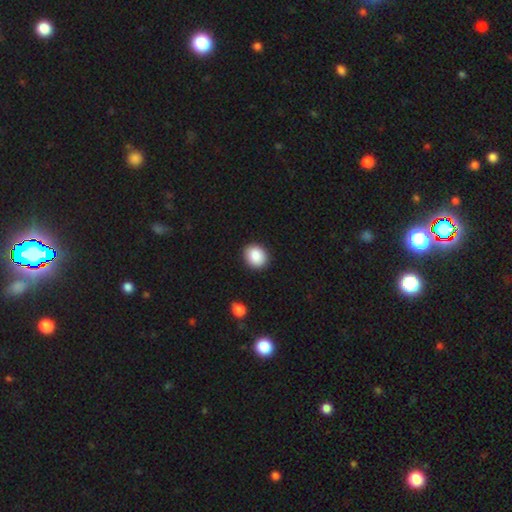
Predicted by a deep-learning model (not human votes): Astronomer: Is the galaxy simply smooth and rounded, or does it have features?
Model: smooth — 87%.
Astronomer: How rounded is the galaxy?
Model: round — 64%.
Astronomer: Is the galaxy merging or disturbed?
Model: none — 90%.